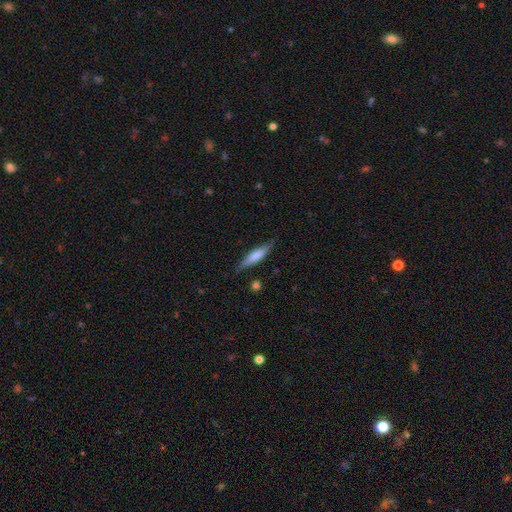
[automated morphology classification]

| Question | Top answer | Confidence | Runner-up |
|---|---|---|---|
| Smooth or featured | smooth | 56% | featured or disk (38%) |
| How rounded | cigar-shaped | 81% | in between (17%) |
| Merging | none | 83% | minor disturbance (13%) |